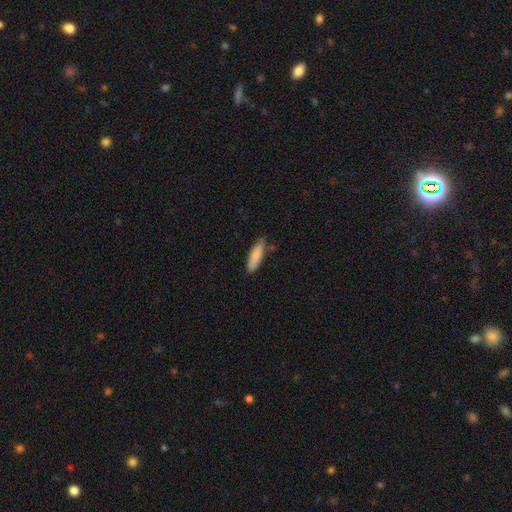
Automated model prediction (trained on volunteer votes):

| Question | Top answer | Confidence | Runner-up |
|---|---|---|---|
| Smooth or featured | smooth | 85% | featured or disk (9%) |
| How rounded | cigar-shaped | 67% | in between (32%) |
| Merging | none | 80% | minor disturbance (15%) |